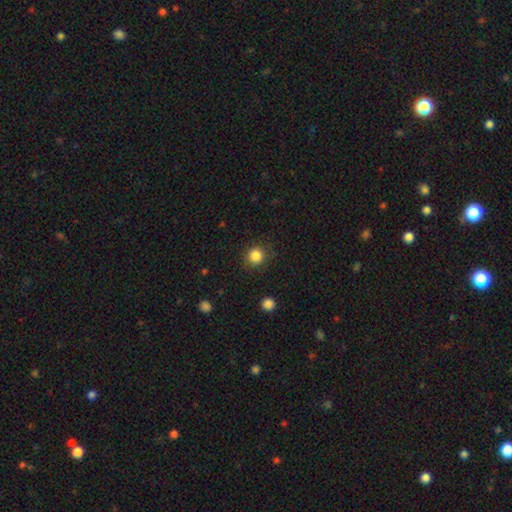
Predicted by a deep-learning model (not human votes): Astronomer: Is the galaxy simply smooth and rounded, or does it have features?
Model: smooth — 85%.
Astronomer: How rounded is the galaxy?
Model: round — 91%.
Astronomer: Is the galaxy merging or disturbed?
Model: none — 86%.